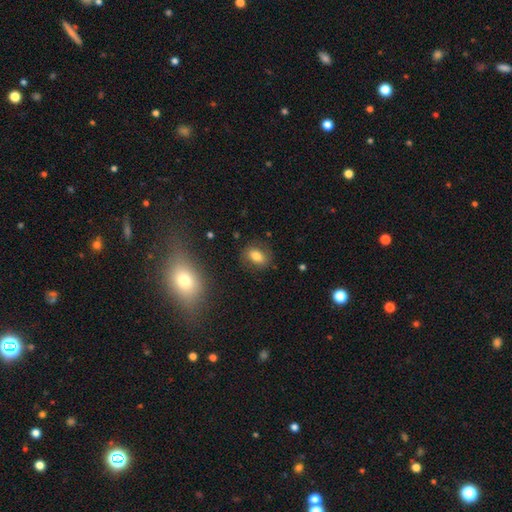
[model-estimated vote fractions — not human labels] Smooth or featured: smooth — 78% (featured or disk — 11%)
How rounded: in between — 74% (round — 24%)
Merging: none — 80% (minor disturbance — 13%)